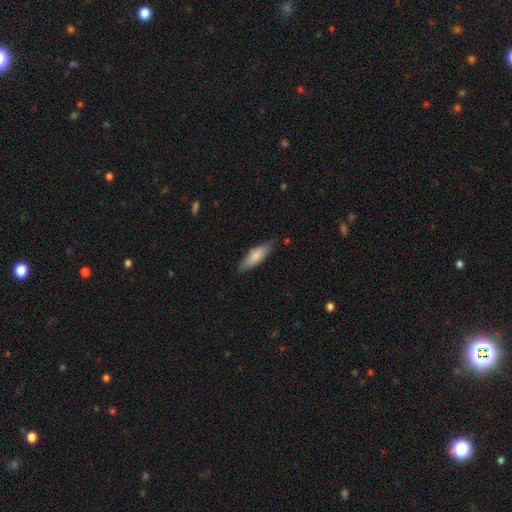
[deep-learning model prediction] Smooth or featured?
  - smooth: 77% *
  - featured or disk: 17%
  - star or artifact: 5%
How rounded?
  - cigar-shaped: 50% *
  - in between: 48%
  - round: 2%
Merging?
  - none: 78% *
  - minor disturbance: 17%
  - major disturbance: 3%
  - merger: 2%